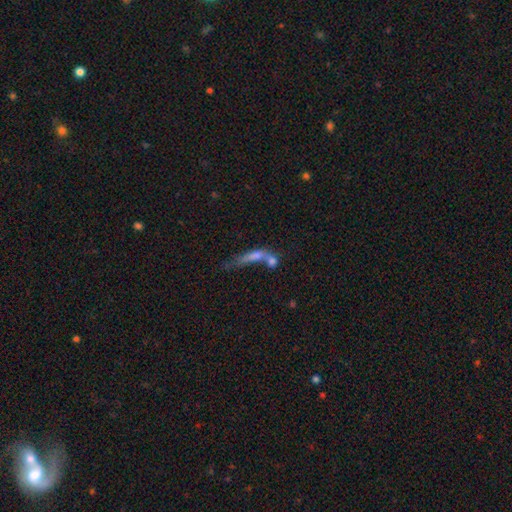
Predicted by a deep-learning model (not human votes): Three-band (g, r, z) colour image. It shows a smooth galaxy with no disk features (46%). Merging: merger (50%).